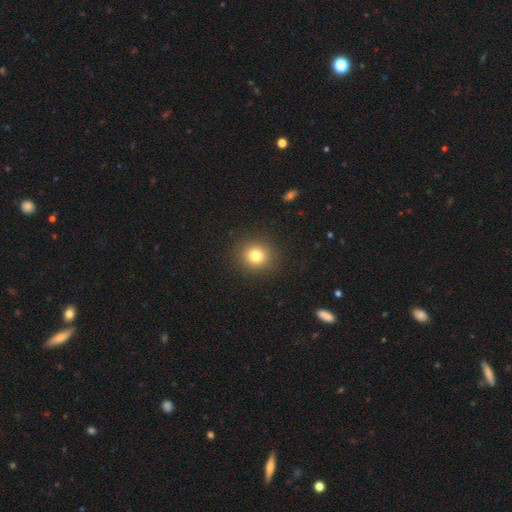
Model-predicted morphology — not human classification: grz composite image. It shows a smooth galaxy with no disk features (79%) that is round (88%). Merging: none (91%).